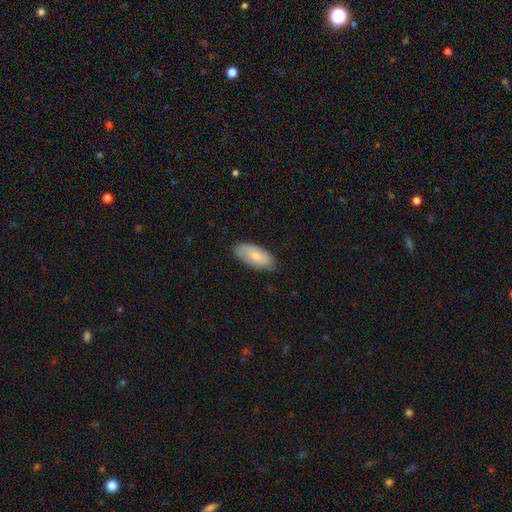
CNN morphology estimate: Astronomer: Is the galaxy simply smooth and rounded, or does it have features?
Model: smooth — 71%.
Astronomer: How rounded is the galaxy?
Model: in between — 90%.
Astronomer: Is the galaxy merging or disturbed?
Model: none — 73%.